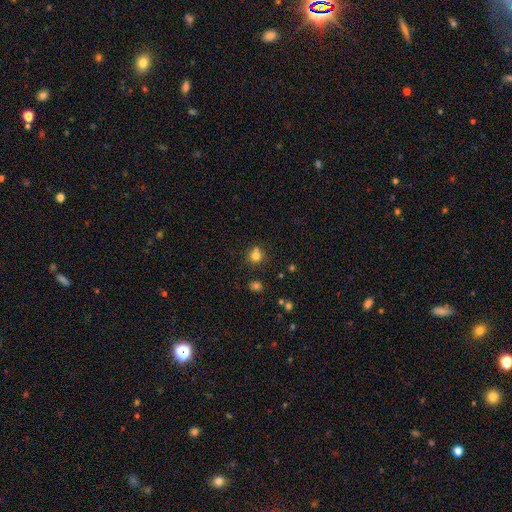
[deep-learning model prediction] Smooth or featured: smooth — 77% (star or artifact — 15%)
How rounded: round — 83% (in between — 16%)
Merging: none — 64% (merger — 16%)